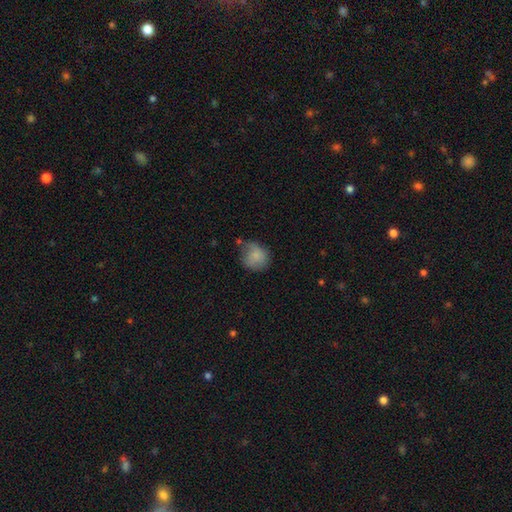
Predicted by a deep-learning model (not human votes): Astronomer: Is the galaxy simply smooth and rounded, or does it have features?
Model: smooth — 79%.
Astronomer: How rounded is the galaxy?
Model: round — 74%.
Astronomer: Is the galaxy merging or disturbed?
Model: none — 53% (runner-up: minor disturbance, 32%).